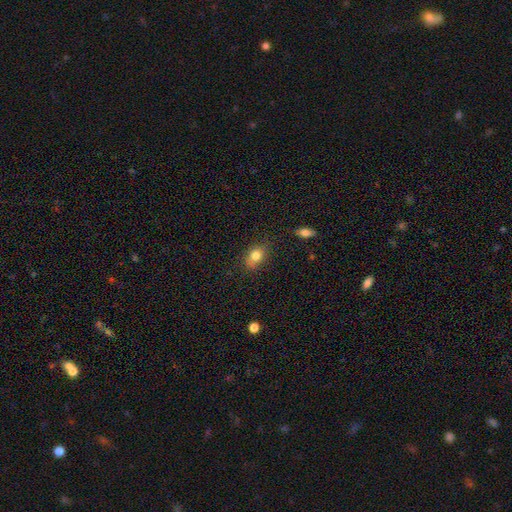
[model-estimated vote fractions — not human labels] Smooth or featured?
  - smooth: 80% *
  - featured or disk: 10%
  - star or artifact: 10%
How rounded?
  - in between: 70% *
  - round: 28%
  - cigar-shaped: 2%
Merging?
  - none: 71% *
  - minor disturbance: 21%
  - major disturbance: 5%
  - merger: 3%